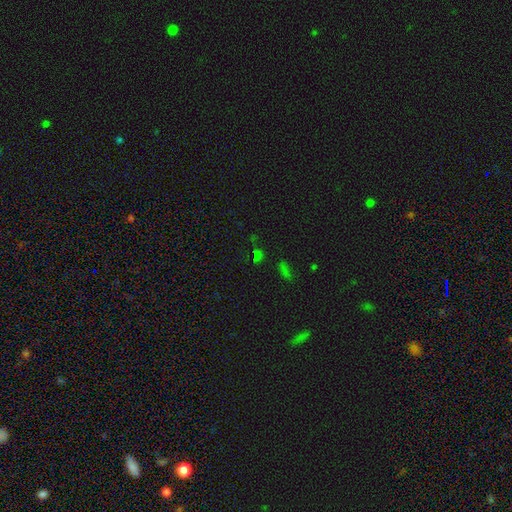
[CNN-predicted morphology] Q: Smooth or featured?
A: star or artifact (53%); runner-up: smooth (38%)